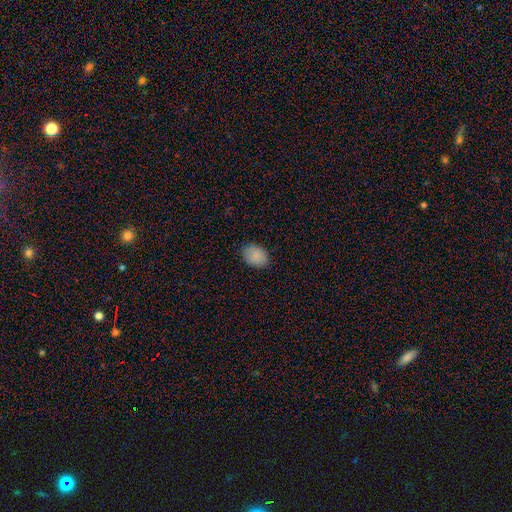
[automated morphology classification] smooth_or_featured: smooth (p=0.88) [alt: star or artifact p=0.07]
how_rounded: in between (p=0.74) [alt: round p=0.25]
merging: none (p=0.86) [alt: minor disturbance p=0.11]